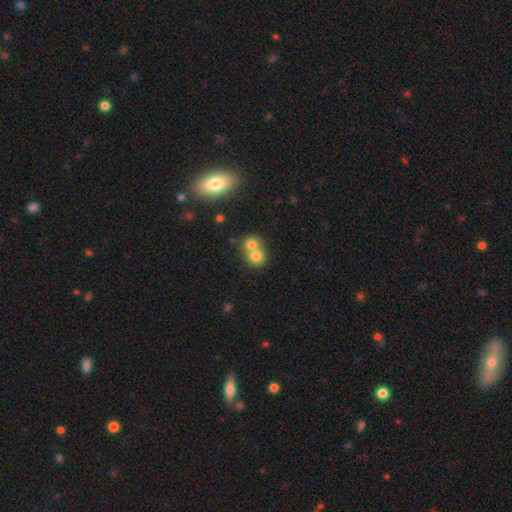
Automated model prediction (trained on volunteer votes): smooth-or-featured: smooth: 74% | featured or disk: 14% | star or artifact: 12%
  how-rounded: round: 79% | in between: 20% | cigar-shaped: 1%
  merging: merger: 62% | none: 31% | minor disturbance: 5% | major disturbance: 2%